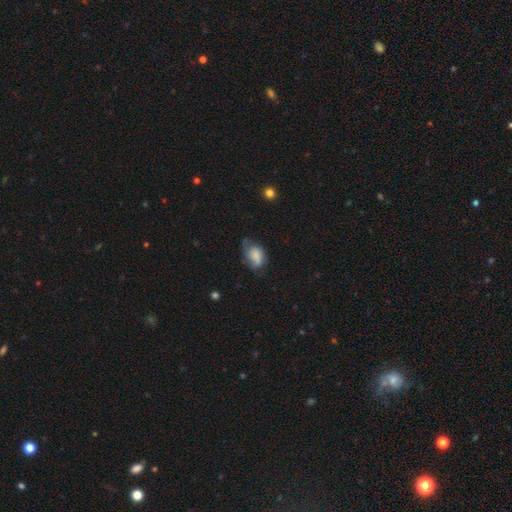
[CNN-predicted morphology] smooth_or_featured: smooth (p=0.67) [alt: featured or disk p=0.24]
how_rounded: in between (p=0.87) [alt: round p=0.11]
merging: none (p=0.42) [alt: minor disturbance p=0.36]